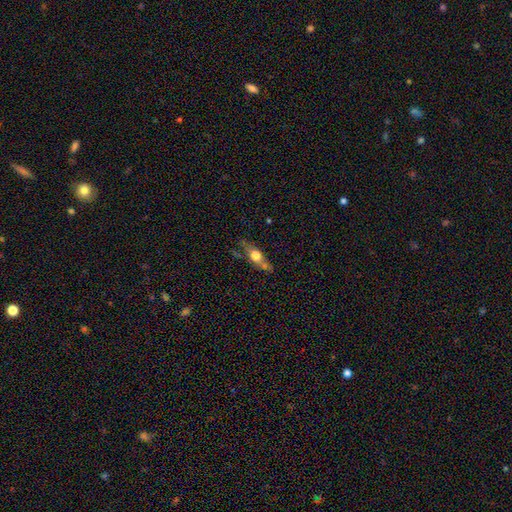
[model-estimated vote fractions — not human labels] smooth_or_featured: smooth (p=0.52) [alt: featured or disk p=0.40]
how_rounded: in between (p=0.50) [alt: cigar-shaped p=0.41]
merging: none (p=0.57) [alt: minor disturbance p=0.23]